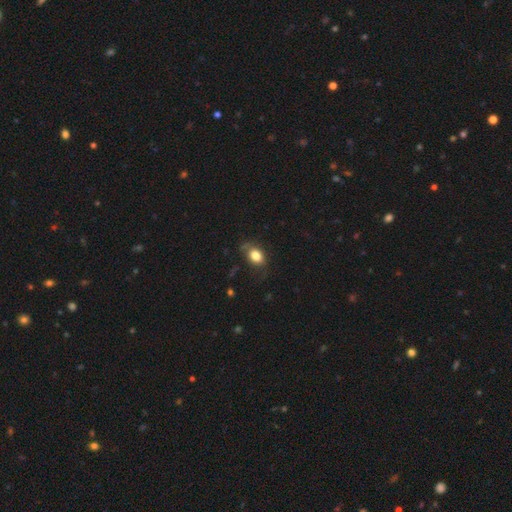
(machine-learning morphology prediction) This appears to be a smooth galaxy with no disk features (80%) that is in between round and cigar-shaped (72%). Merging: none (65%).